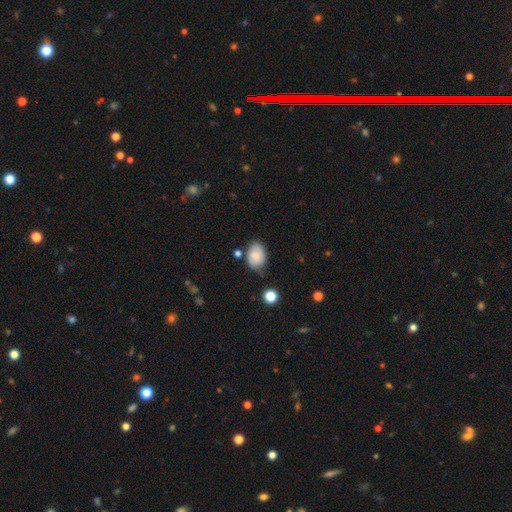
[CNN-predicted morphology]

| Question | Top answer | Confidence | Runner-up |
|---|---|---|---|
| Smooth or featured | smooth | 80% | featured or disk (12%) |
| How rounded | in between | 80% | round (19%) |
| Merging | none | 63% | minor disturbance (25%) |